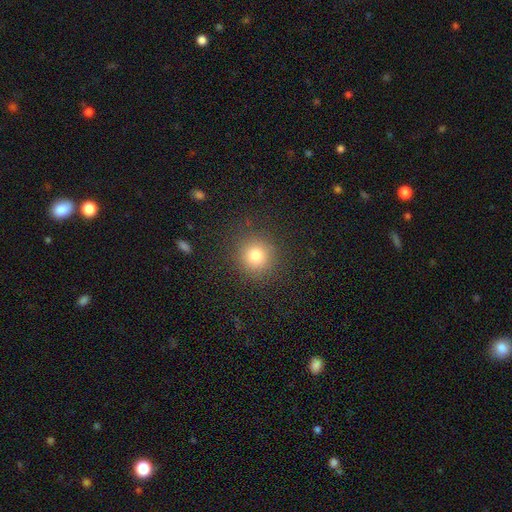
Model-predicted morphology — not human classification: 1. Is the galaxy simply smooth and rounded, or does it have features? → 78% smooth, 14% star or artifact, 8% featured or disk.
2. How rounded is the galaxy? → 93% round, 6% in between, 1% cigar-shaped.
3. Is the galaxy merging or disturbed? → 89% none, 7% minor disturbance, 3% major disturbance, 1% merger.